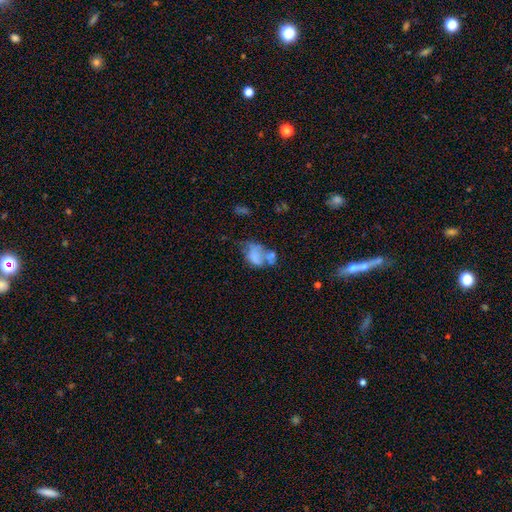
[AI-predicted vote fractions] smooth 58%, featured or disk 30%, star or artifact 11%. Down the decision tree: how rounded — in between (79%); merging — merger (36%).